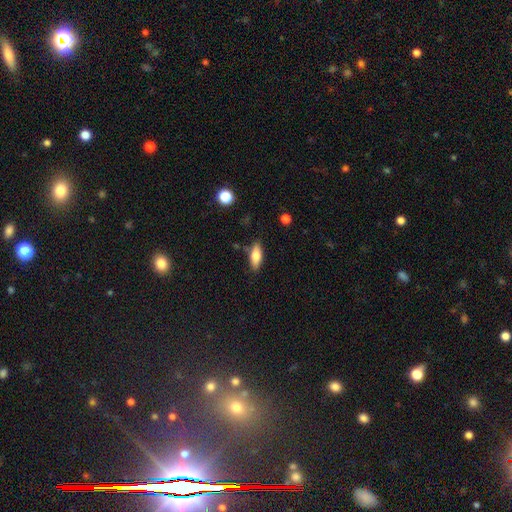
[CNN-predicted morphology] smooth_or_featured: smooth (p=0.74) [alt: featured or disk p=0.19]
how_rounded: in between (p=0.70) [alt: cigar-shaped p=0.27]
merging: none (p=0.81) [alt: minor disturbance p=0.13]